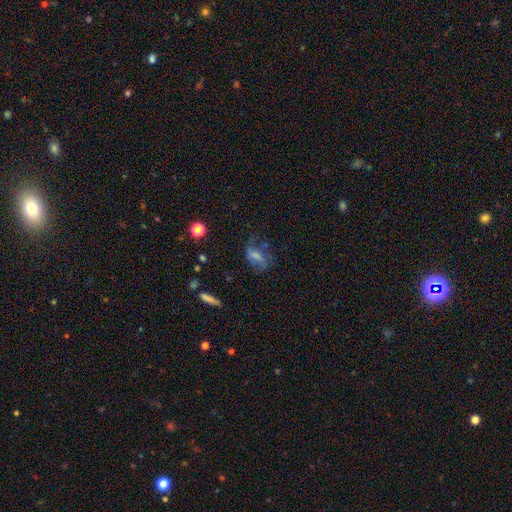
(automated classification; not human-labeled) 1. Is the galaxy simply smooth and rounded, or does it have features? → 52% smooth, 35% featured or disk, 13% star or artifact.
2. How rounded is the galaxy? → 78% in between, 12% round, 10% cigar-shaped.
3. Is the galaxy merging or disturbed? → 42% none, 30% major disturbance, 24% minor disturbance, 3% merger.